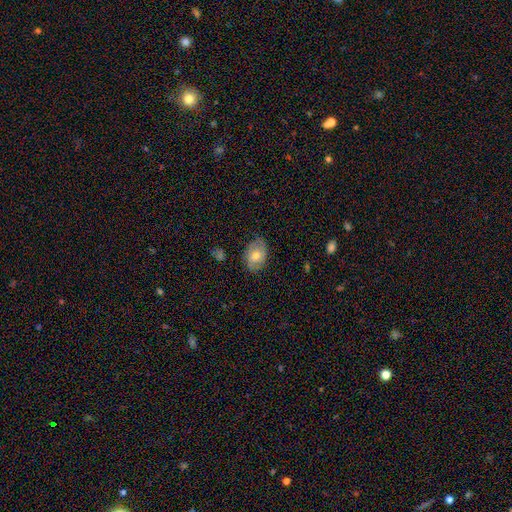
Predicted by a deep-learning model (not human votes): smooth 54%, featured or disk 38%, star or artifact 8%. Down the decision tree: how rounded — in between (82%); merging — none (75%).